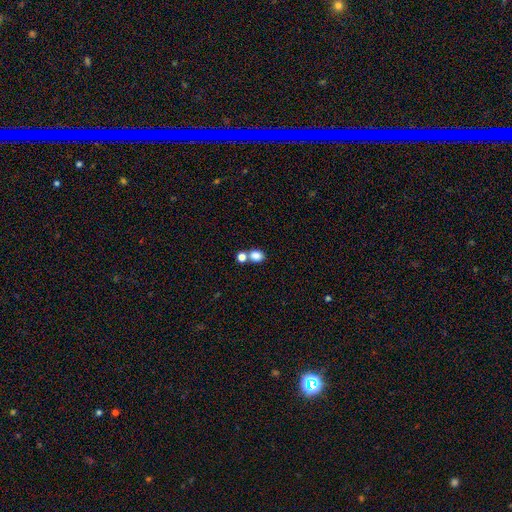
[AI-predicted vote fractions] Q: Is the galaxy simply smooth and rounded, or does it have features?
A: smooth — 83%.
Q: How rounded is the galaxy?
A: in between — 52%.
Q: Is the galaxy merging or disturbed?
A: none — 51%.